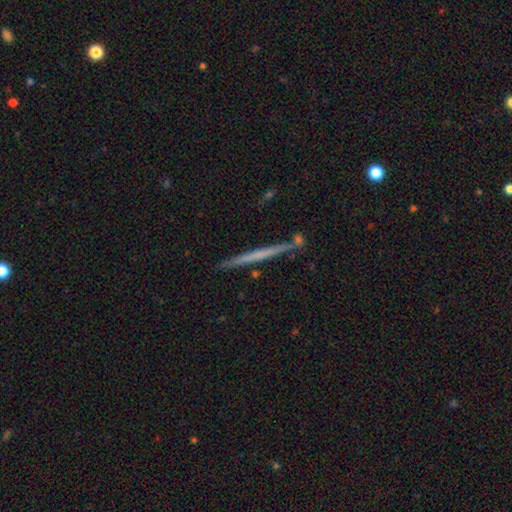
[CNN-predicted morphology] Q: Smooth or featured?
A: featured or disk (53%); runner-up: smooth (41%)
Q: Edge-on disk?
A: yes (97%); runner-up: no (3%)
Q: Edge-on bulge?
A: none (86%); runner-up: rounded (10%)
Q: Merging?
A: none (86%); runner-up: minor disturbance (8%)